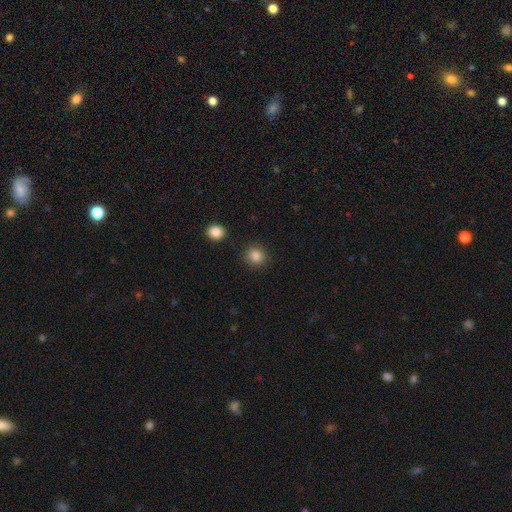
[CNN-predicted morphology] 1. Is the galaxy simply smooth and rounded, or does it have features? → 86% smooth, 10% star or artifact, 4% featured or disk.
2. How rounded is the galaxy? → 85% round, 14% in between, 1% cigar-shaped.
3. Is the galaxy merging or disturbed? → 89% none, 7% minor disturbance, 2% major disturbance, 2% merger.